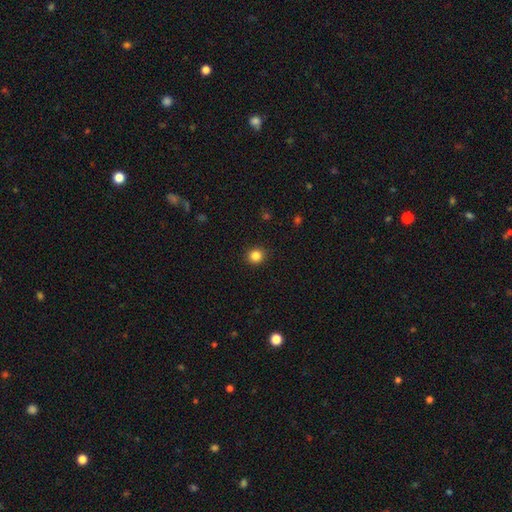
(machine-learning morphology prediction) Smooth or featured? Predicted: smooth (p=0.85). How rounded? Predicted: round (p=0.88). Merging? Predicted: none (p=0.91).